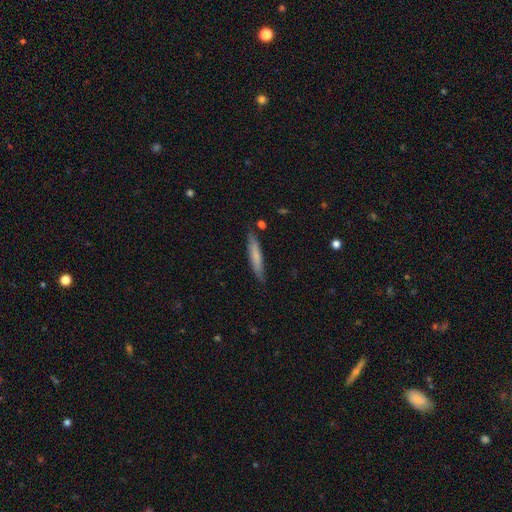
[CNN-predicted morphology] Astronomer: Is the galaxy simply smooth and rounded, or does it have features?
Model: smooth — 68%.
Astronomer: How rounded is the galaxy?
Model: cigar-shaped — 91%.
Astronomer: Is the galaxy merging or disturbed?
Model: none — 83%.